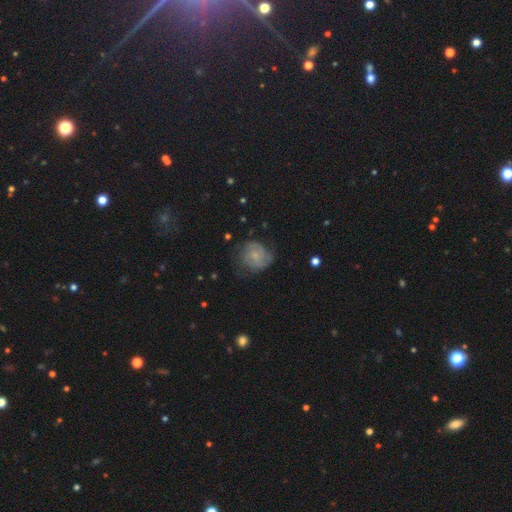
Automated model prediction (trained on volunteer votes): Overall: featured or disk (60%; smooth 32%). Edge-on disk: no (98%). Bar: no (73%). Spiral arms: yes (87%). Spiral arm count: 2 (43%; can't tell 30%). Spiral winding: tight (53%; medium 35%). Bulge size: small (69%). Merging: none (63%; minor disturbance 25%).